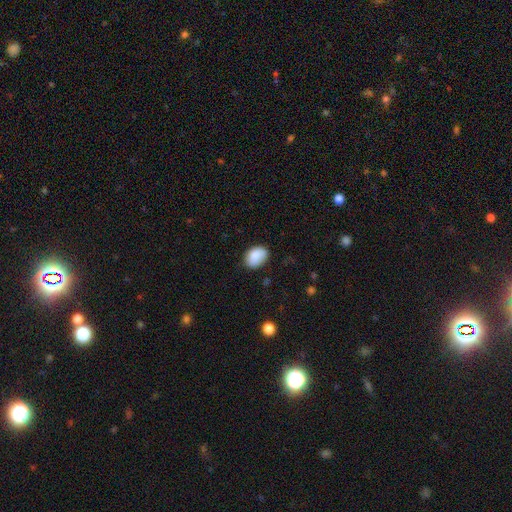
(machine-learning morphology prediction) Overall: smooth (88%). How rounded: in between (77%). Merging: none (76%).